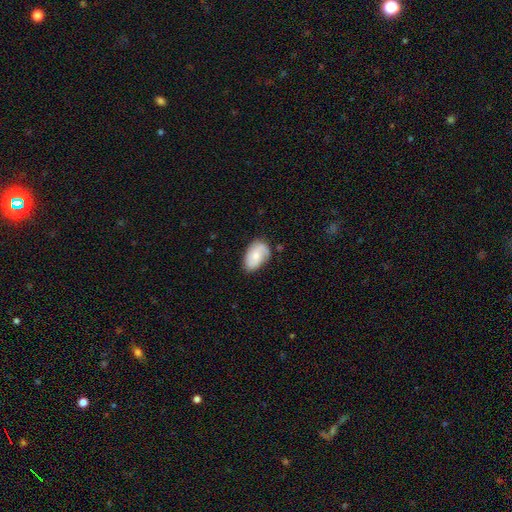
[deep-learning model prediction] smooth 57%, featured or disk 36%, star or artifact 7%. Down the decision tree: how rounded — in between (90%); merging — none (64%).